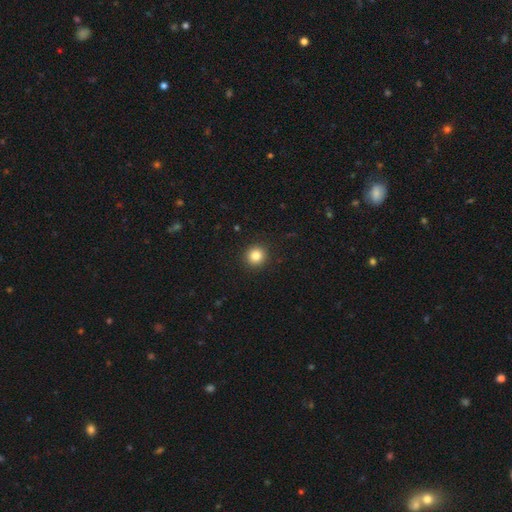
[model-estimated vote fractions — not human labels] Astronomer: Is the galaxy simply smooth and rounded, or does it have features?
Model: smooth — 84%.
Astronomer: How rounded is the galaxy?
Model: round — 93%.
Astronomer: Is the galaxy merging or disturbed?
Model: none — 93%.